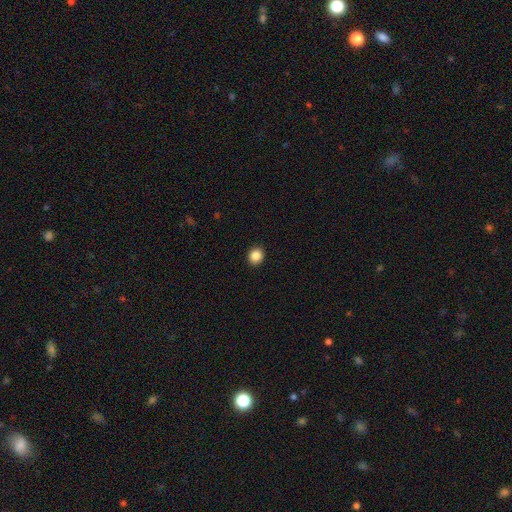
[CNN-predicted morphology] A smooth galaxy with no disk features (86%) that is round (75%).

Vote fractions:
- Smooth or featured? smooth: 86% / star or artifact: 10% / featured or disk: 4%
- How rounded? round: 75% / in between: 24% / cigar-shaped: 1%
- Merging? none: 92% / minor disturbance: 5% / major disturbance: 2% / merger: 1%